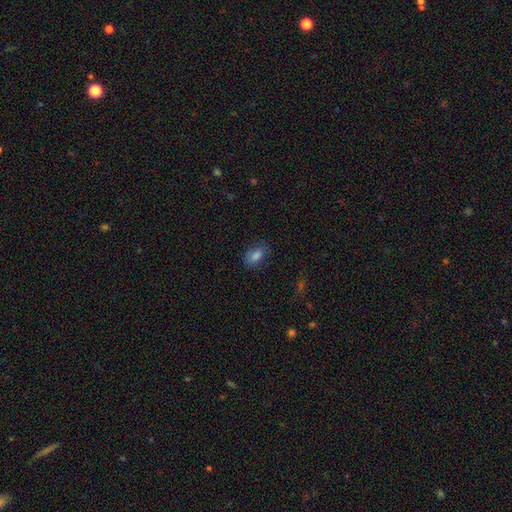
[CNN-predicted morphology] Smooth or featured? smooth (80%)
How rounded? in between (87%)
Merging? none (77%)